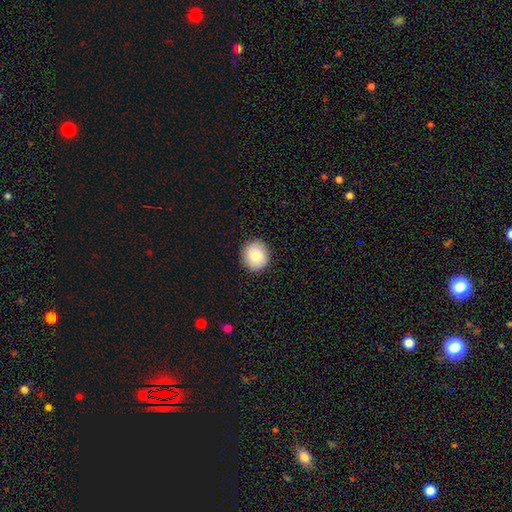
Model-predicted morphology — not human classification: Overall: smooth (87%). How rounded: round (82%). Merging: none (91%).